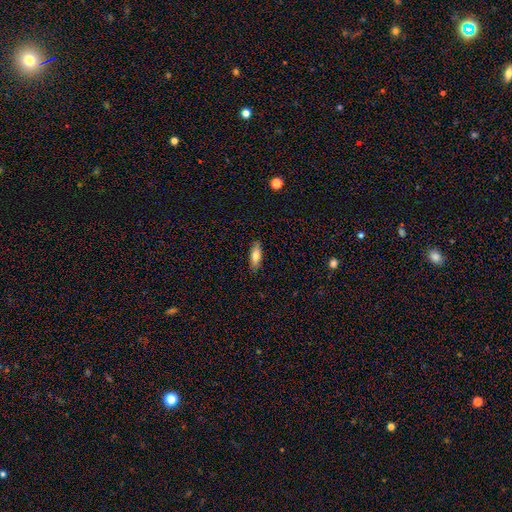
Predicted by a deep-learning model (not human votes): smooth-or-featured: smooth: 74% | featured or disk: 19% | star or artifact: 7%
  how-rounded: in between: 64% | cigar-shaped: 34% | round: 2%
  merging: none: 86% | minor disturbance: 11% | major disturbance: 2% | merger: 1%